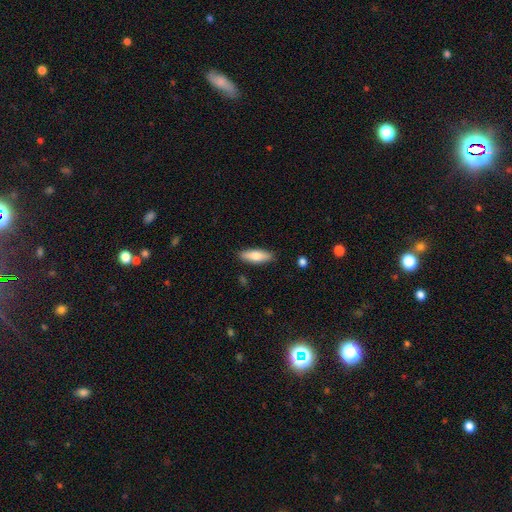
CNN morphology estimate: Smooth or featured? smooth (76%)
How rounded? in between (58%)
Merging? none (88%)